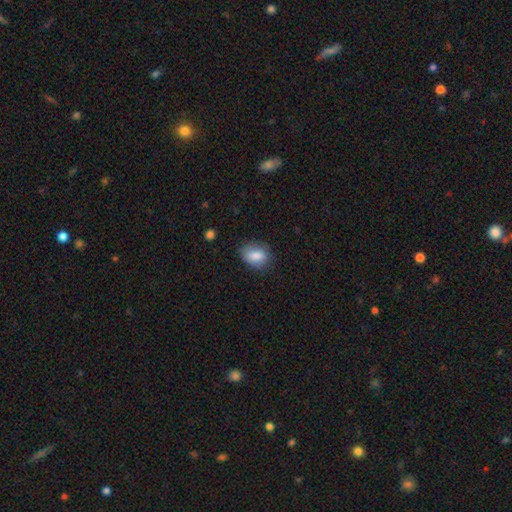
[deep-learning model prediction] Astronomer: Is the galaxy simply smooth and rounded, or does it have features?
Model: smooth — 84%.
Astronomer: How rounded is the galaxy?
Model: in between — 71%.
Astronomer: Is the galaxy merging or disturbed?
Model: none — 72%.